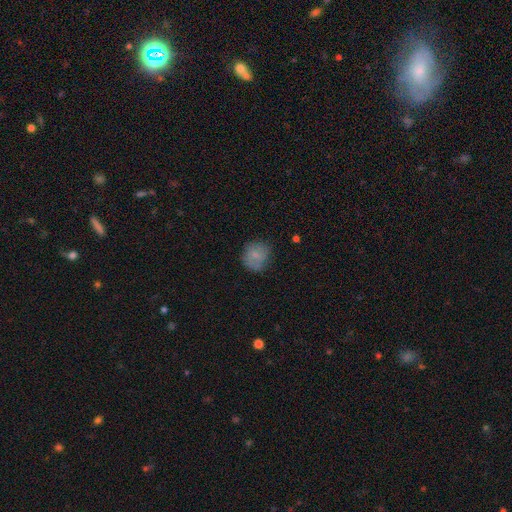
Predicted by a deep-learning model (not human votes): smooth-or-featured: smooth: 72% | featured or disk: 20% | star or artifact: 9%
  how-rounded: round: 83% | in between: 16% | cigar-shaped: 1%
  merging: none: 68% | minor disturbance: 22% | major disturbance: 7% | merger: 2%